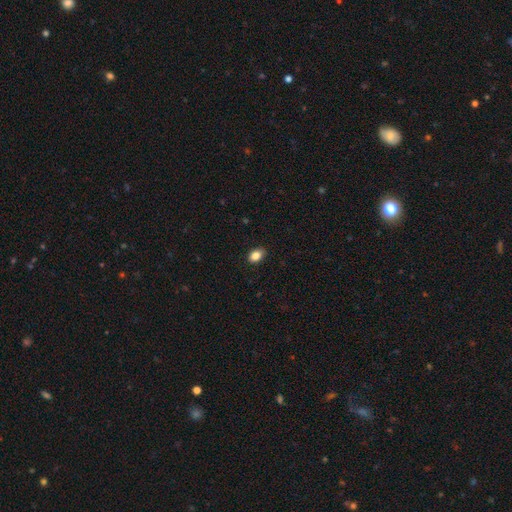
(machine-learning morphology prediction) Smooth or featured? Predicted: smooth (p=0.86). How rounded? Predicted: in between (p=0.81). Merging? Predicted: none (p=0.87).